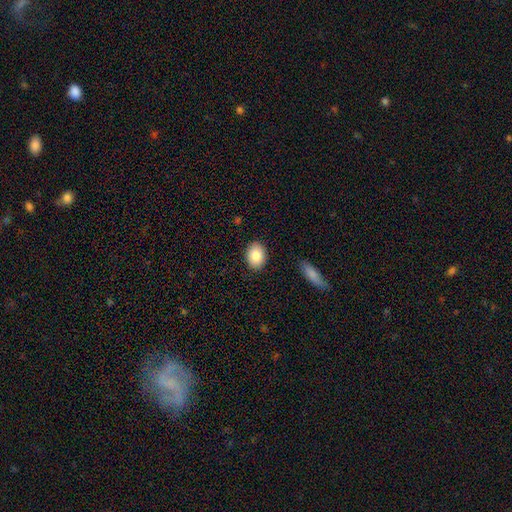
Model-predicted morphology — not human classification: smooth 87%, star or artifact 7%, featured or disk 6%. Down the decision tree: how rounded — in between (69%); merging — none (88%).